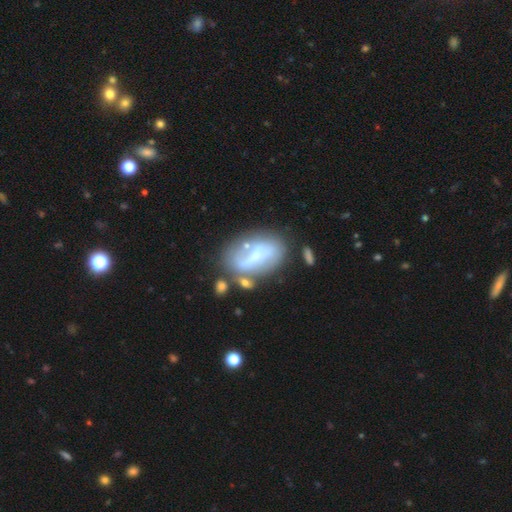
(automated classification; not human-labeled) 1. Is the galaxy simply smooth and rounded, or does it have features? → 60% featured or disk, 31% smooth, 9% star or artifact.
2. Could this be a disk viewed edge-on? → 91% no, 9% yes.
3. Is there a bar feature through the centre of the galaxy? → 37% strong, 34% weak, 29% no.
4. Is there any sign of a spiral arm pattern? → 50% no (tied), 50% yes (tied).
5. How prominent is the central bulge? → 52% small, 22% none, 21% moderate, 4% large, 2% dominant.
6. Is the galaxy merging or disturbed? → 52% none, 22% minor disturbance, 14% merger, 12% major disturbance.